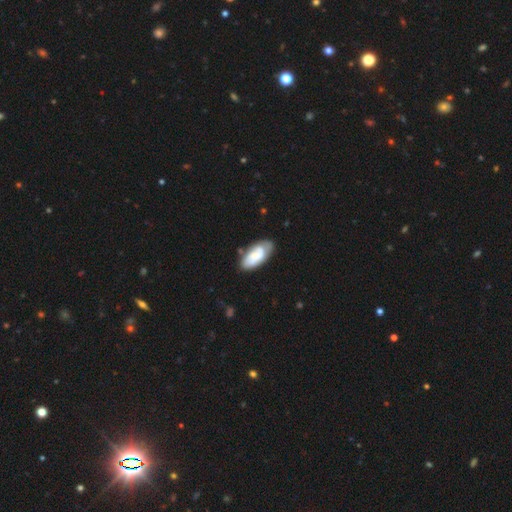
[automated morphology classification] Smooth or featured: smooth — 58% (featured or disk — 36%)
How rounded: in between — 89% (cigar-shaped — 8%)
Merging: none — 64% (minor disturbance — 25%)